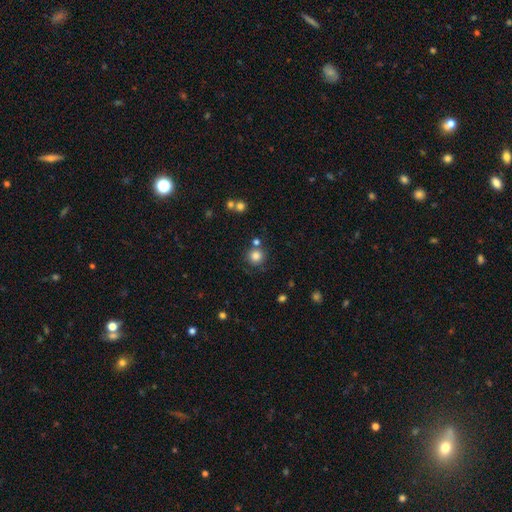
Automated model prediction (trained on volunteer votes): Smooth or featured: smooth — 82% (star or artifact — 12%)
How rounded: round — 93% (in between — 6%)
Merging: none — 76% (merger — 10%)